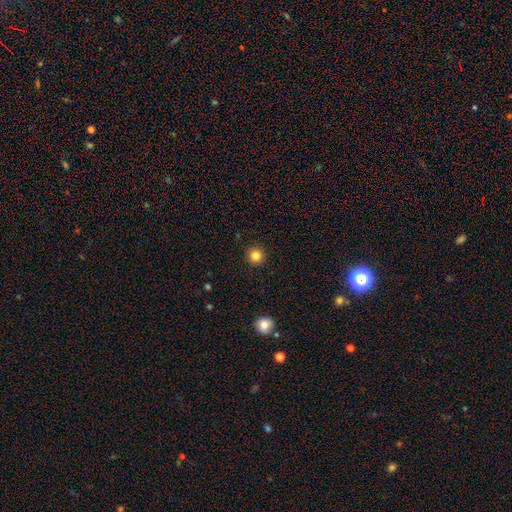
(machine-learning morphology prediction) A smooth galaxy with no disk features (83%) that is round (95%).

Vote fractions:
- Smooth or featured? smooth: 83% / star or artifact: 12% / featured or disk: 5%
- How rounded? round: 95% / in between: 4% / cigar-shaped: 1%
- Merging? none: 92% / minor disturbance: 5% / major disturbance: 2% / merger: 1%